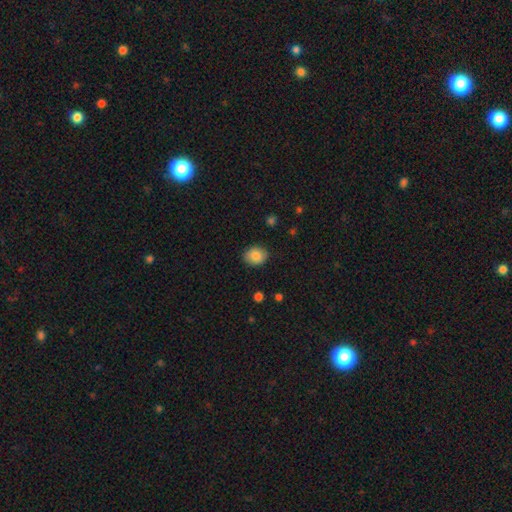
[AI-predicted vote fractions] Overall: smooth (84%). How rounded: round (57%; in between 42%). Merging: none (87%).